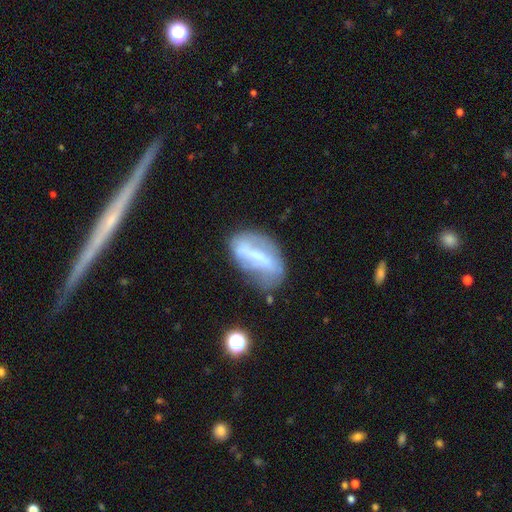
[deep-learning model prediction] The model was most divided on "smooth or featured": featured or disk: 56%, smooth: 34%, star or artifact: 10%. More confident: edge-on disk — no (88%); merging — none (57%).